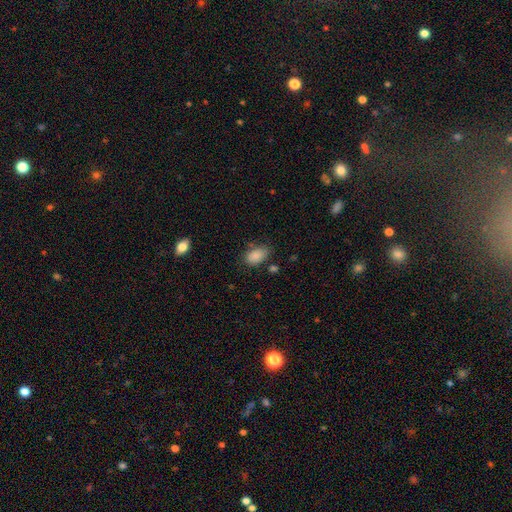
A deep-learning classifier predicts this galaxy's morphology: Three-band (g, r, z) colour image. It shows a smooth galaxy with no disk features (87%) that is in between round and cigar-shaped (91%). Merging: none (72%).